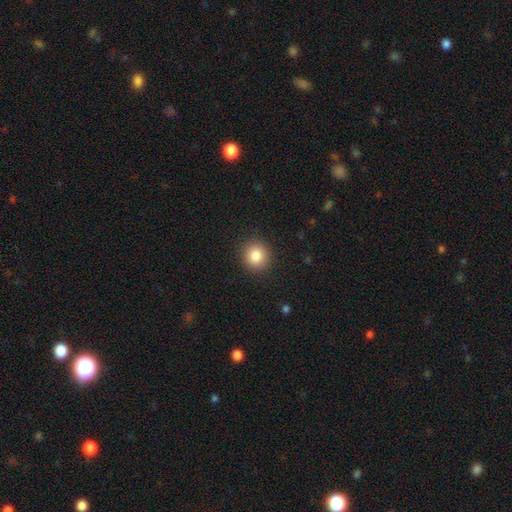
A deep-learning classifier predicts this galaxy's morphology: A smooth galaxy with no disk features (84%) that is round (91%). Merging: none (91%).